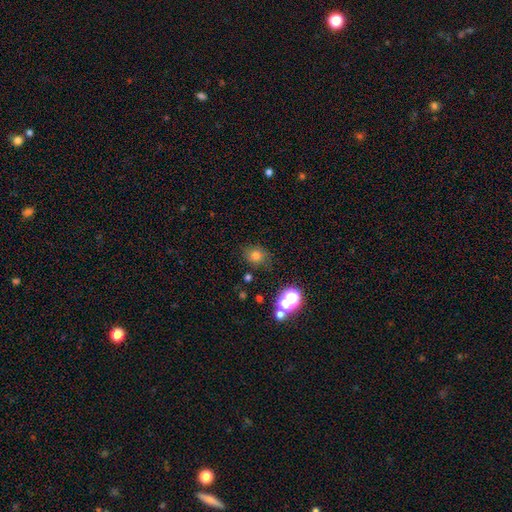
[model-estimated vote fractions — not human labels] Overall: smooth (72%). How rounded: round (70%). Merging: none (77%).